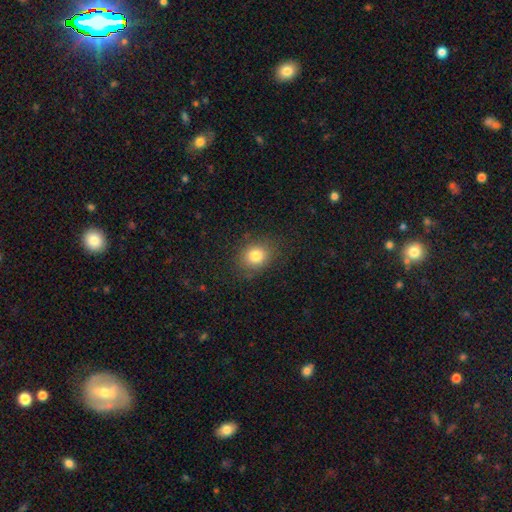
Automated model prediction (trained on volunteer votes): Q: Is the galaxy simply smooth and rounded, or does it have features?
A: smooth — 81%.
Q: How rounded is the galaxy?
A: round — 60%.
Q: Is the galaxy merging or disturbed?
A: none — 83%.